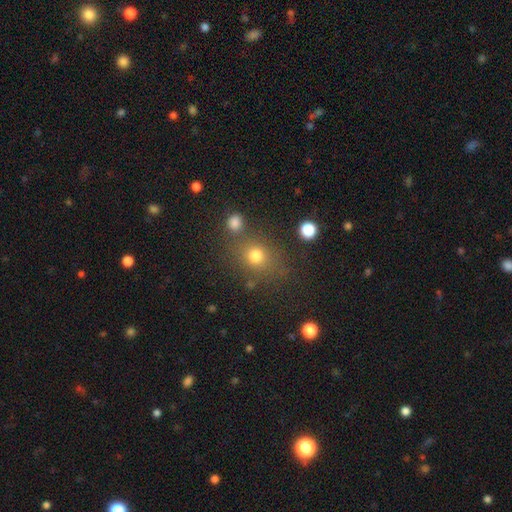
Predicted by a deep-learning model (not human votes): Smooth or featured? smooth (72%)
How rounded? round (71%)
Merging? none (70%)